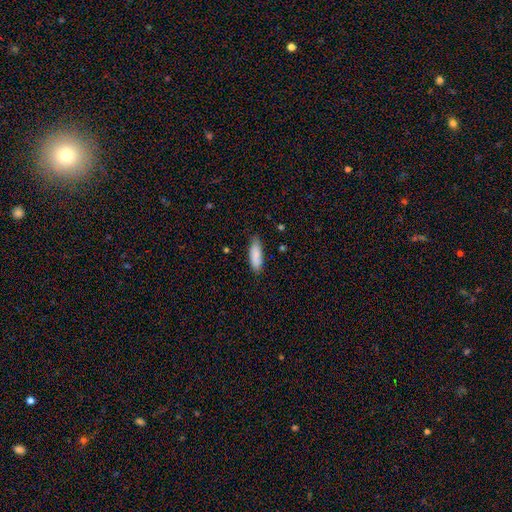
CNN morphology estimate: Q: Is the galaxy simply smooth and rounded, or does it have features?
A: smooth — 86%.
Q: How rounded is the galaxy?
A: in between — 62%.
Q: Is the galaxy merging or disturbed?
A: none — 79%.